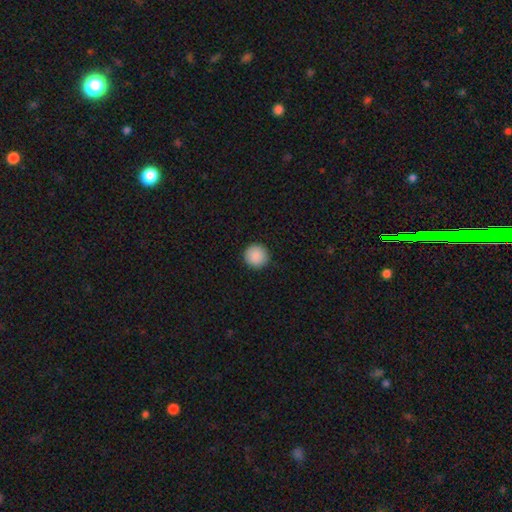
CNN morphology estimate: This appears to be a smooth galaxy with no disk features (90%) that is round (95%). Merging: none (92%).